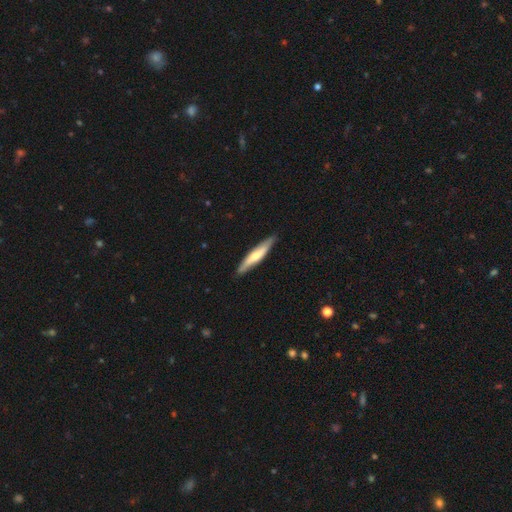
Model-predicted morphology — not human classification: This appears to be a smooth galaxy with no disk features (53%) that is cigar-shaped (89%). Merging: none (86%).